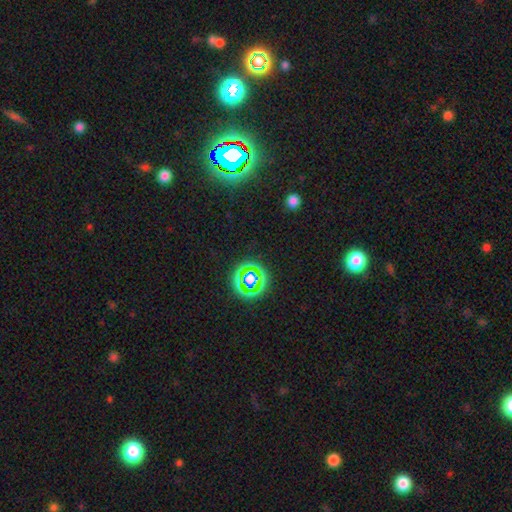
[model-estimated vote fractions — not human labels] Smooth or featured? star or artifact (66%)